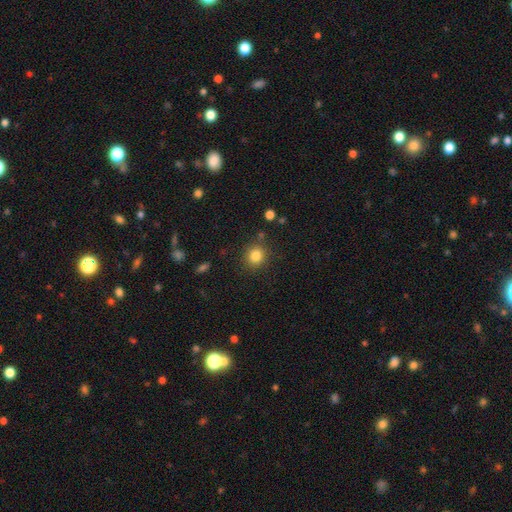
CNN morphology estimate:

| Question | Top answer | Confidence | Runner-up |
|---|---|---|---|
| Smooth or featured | smooth | 83% | star or artifact (12%) |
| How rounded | round | 84% | in between (15%) |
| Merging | none | 84% | minor disturbance (9%) |